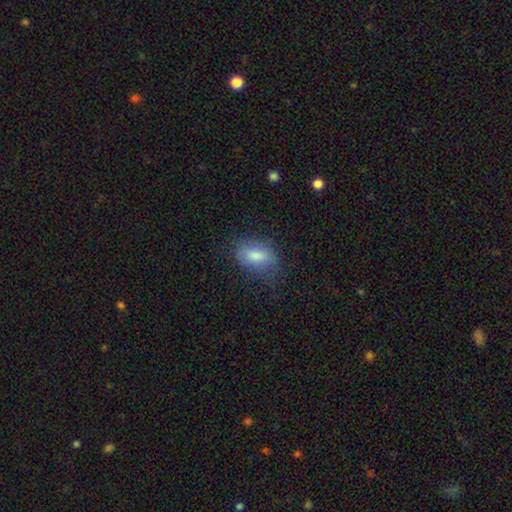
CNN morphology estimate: smooth_or_featured: smooth (p=0.80) [alt: featured or disk p=0.11]
how_rounded: in between (p=0.87) [alt: round p=0.09]
merging: none (p=0.66) [alt: minor disturbance p=0.24]